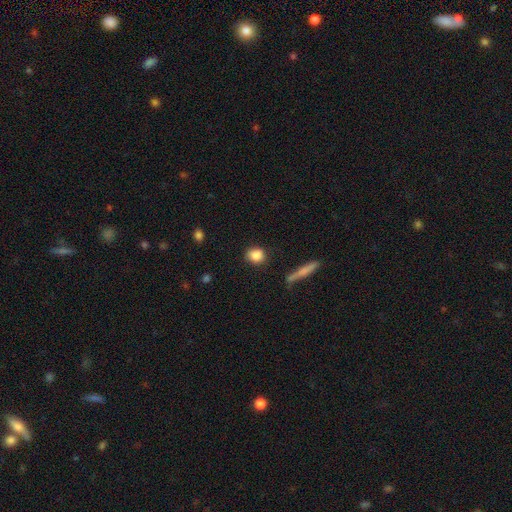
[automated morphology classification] The model was most divided on "how rounded": round: 71%, in between: 26%, cigar-shaped: 3%. More confident: smooth or featured — smooth (86%); merging — none (82%).